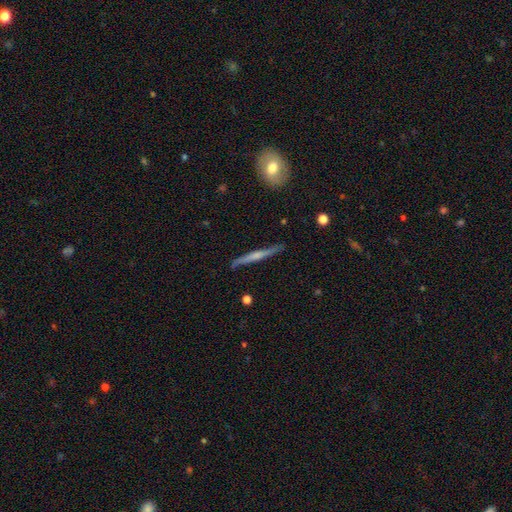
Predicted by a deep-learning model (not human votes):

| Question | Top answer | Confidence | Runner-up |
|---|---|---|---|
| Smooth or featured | featured or disk | 64% | smooth (31%) |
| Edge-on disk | yes | 96% | no (4%) |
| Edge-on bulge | rounded | 50% | none (38%) |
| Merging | none | 86% | minor disturbance (11%) |